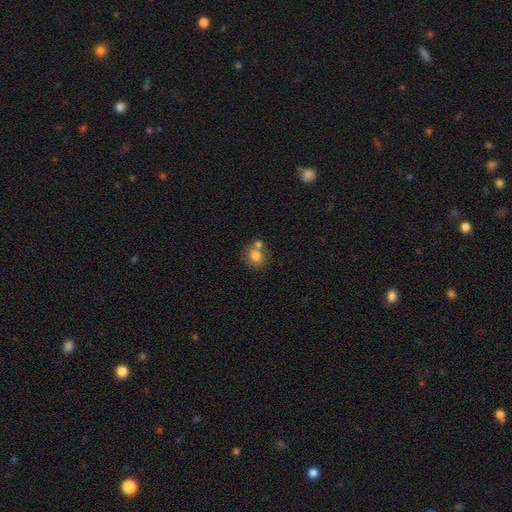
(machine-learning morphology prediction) smooth 77%, featured or disk 12%, star or artifact 10%. Down the decision tree: how rounded — round (76%); merging — none (54%).